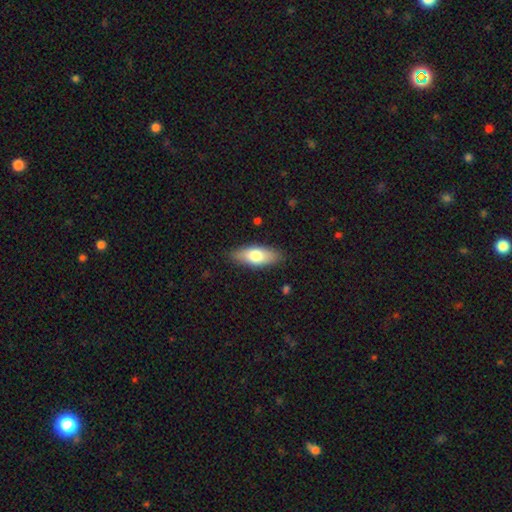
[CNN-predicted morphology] Smooth or featured? Predicted: smooth (p=0.72). How rounded? Predicted: in between (p=0.76). Merging? Predicted: none (p=0.86).